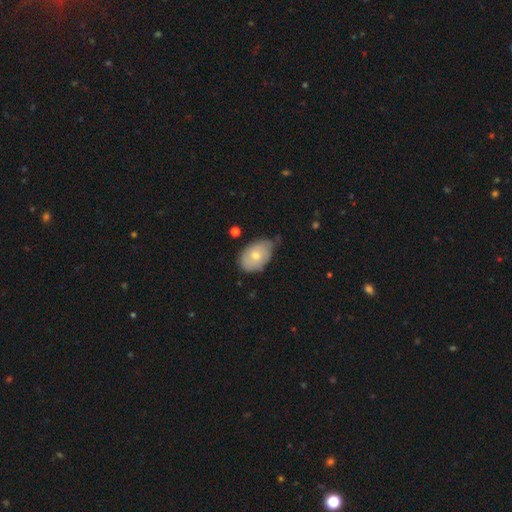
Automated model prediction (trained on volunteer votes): A smooth galaxy with no disk features (64%) that is in between round and cigar-shaped (82%).

Vote fractions:
- Smooth or featured? smooth: 64% / featured or disk: 29% / star or artifact: 7%
- How rounded? in between: 82% / round: 17% / cigar-shaped: 1%
- Merging? none: 52% / minor disturbance: 38% / major disturbance: 7% / merger: 3%